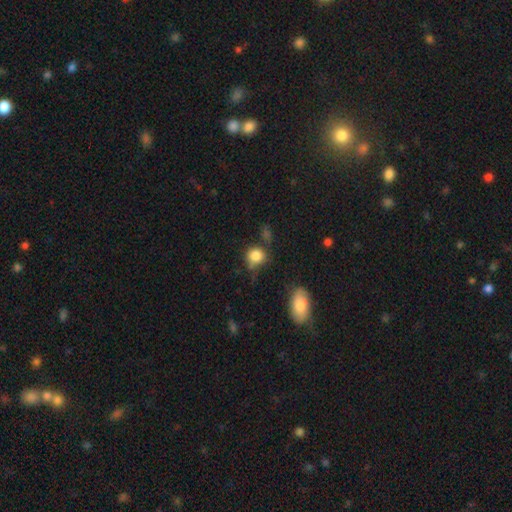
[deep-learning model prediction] Smooth or featured? smooth (84%)
How rounded? round (79%)
Merging? none (56%)